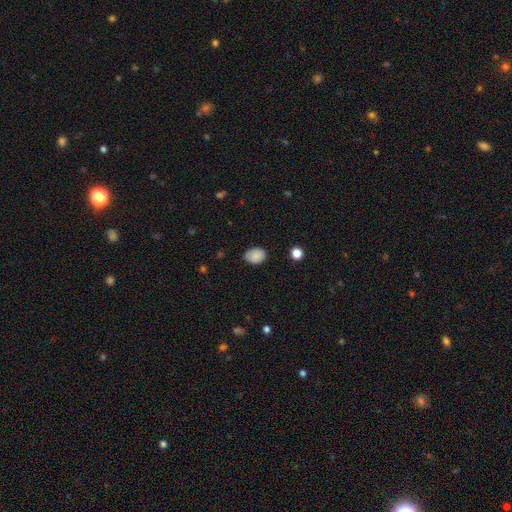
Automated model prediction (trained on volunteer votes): Overall: smooth (87%). How rounded: in between (72%). Merging: none (79%).